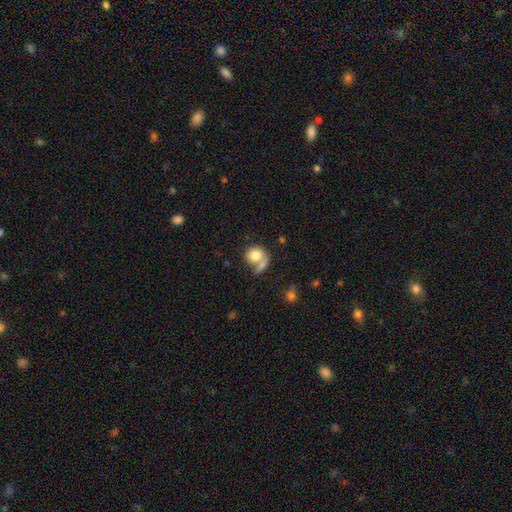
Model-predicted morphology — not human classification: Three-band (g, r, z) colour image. It shows a smooth galaxy with no disk features (79%) that is round (68%). Merging: none (40%).